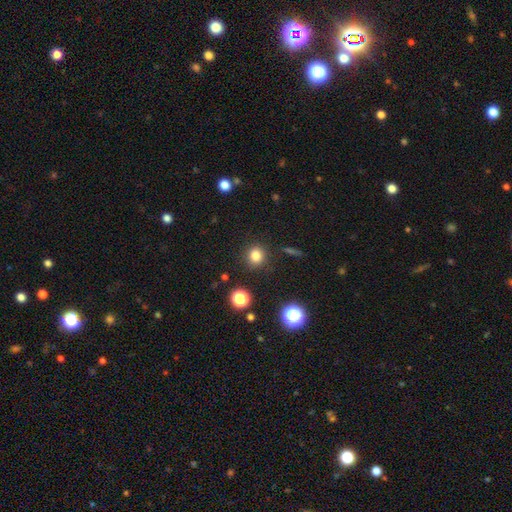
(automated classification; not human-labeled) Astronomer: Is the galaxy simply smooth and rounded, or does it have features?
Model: smooth — 81%.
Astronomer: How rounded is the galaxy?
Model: round — 87%.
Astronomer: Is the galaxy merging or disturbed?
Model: none — 89%.